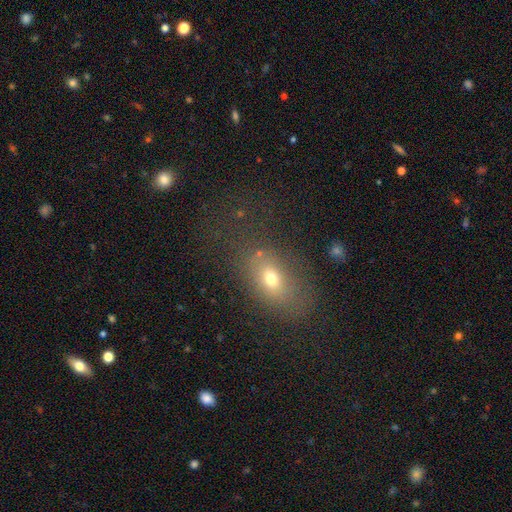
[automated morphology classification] Overall: smooth (64%). How rounded: in between (74%). Merging: none (55%; minor disturbance 20%).